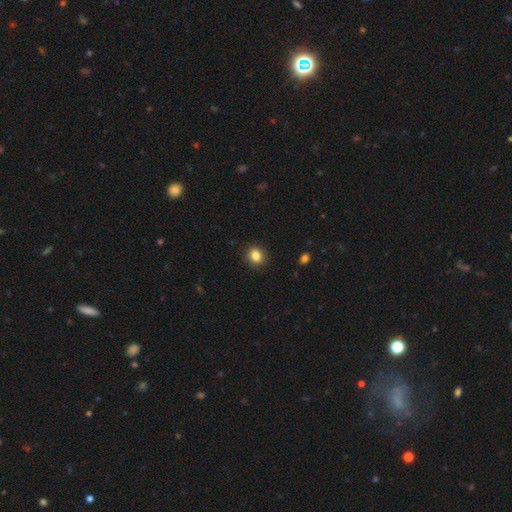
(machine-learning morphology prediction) A smooth galaxy with no disk features (85%) that is round (69%).

Vote fractions:
- Smooth or featured? smooth: 85% / star or artifact: 10% / featured or disk: 5%
- How rounded? round: 69% / in between: 30% / cigar-shaped: 1%
- Merging? none: 90% / minor disturbance: 7% / major disturbance: 2% / merger: 1%